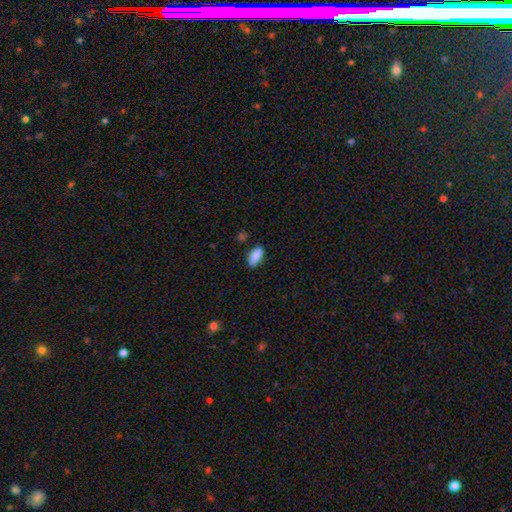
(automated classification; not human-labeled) Smooth or featured?
  - smooth: 88% *
  - star or artifact: 7%
  - featured or disk: 5%
How rounded?
  - in between: 83% *
  - cigar-shaped: 14%
  - round: 2%
Merging?
  - none: 79% *
  - minor disturbance: 16%
  - major disturbance: 3%
  - merger: 3%